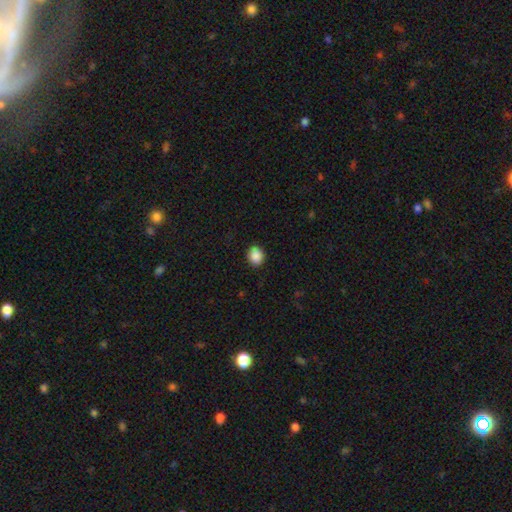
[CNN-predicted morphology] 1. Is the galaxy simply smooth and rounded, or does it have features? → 89% smooth, 8% star or artifact, 3% featured or disk.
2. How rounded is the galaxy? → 56% round, 44% in between, 1% cigar-shaped.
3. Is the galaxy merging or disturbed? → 88% none, 9% minor disturbance, 2% major disturbance, 1% merger.